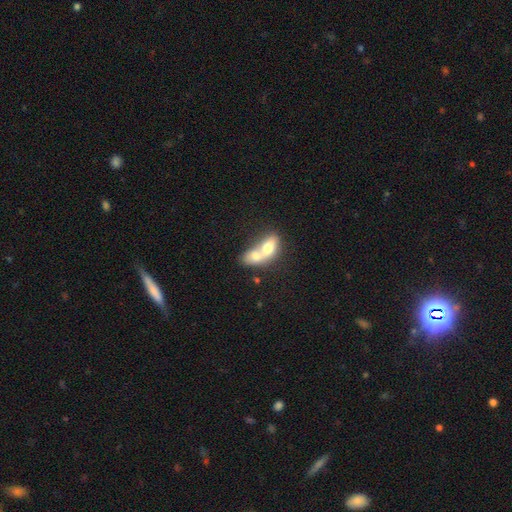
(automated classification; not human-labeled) smooth-or-featured: smooth: 67% | featured or disk: 26% | star or artifact: 7%
  how-rounded: in between: 77% | round: 18% | cigar-shaped: 6%
  merging: merger: 81% | none: 11% | minor disturbance: 5% | major disturbance: 4%